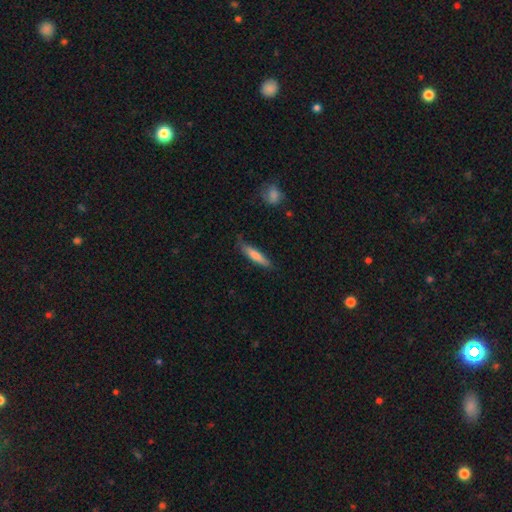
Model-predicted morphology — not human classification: Smooth or featured? smooth (72%)
How rounded? cigar-shaped (85%)
Merging? none (75%)